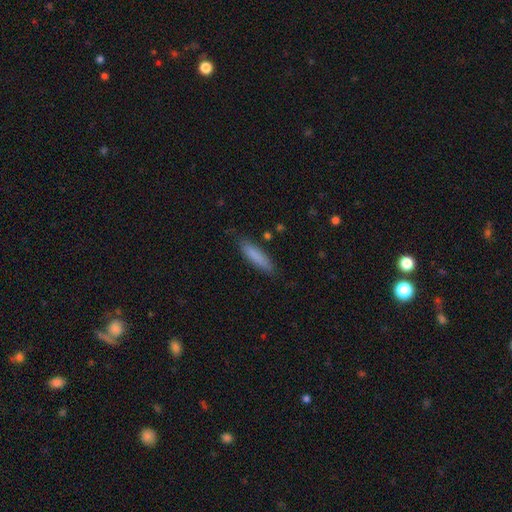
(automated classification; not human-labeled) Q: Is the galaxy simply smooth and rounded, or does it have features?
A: smooth — 83%.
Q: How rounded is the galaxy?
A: cigar-shaped — 77%.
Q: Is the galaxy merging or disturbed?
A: none — 83%.